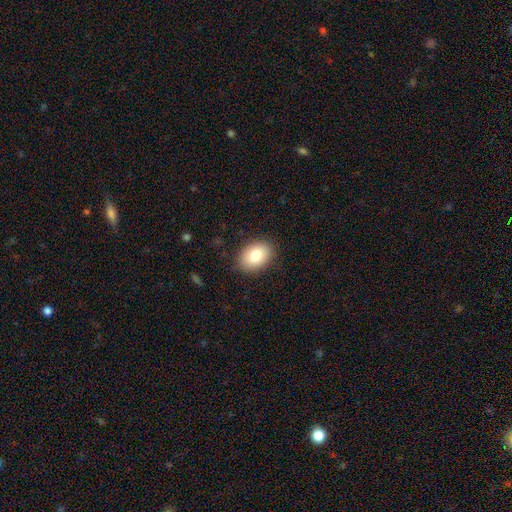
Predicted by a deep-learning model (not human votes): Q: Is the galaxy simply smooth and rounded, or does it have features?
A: smooth — 83%.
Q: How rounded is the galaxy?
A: in between — 84%.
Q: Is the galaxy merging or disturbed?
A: none — 87%.